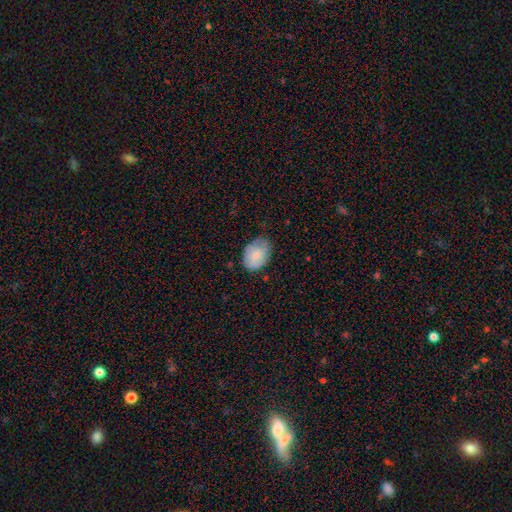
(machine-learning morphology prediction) Smooth or featured?
  - smooth: 73% *
  - featured or disk: 20%
  - star or artifact: 7%
How rounded?
  - in between: 74% *
  - round: 25%
  - cigar-shaped: 1%
Merging?
  - none: 67% *
  - minor disturbance: 27%
  - major disturbance: 5%
  - merger: 1%